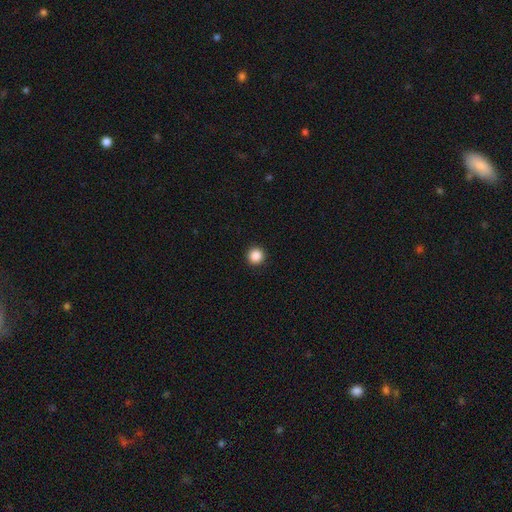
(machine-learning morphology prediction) type=smooth (88%); roundness=round (96%); merging=none (93%).